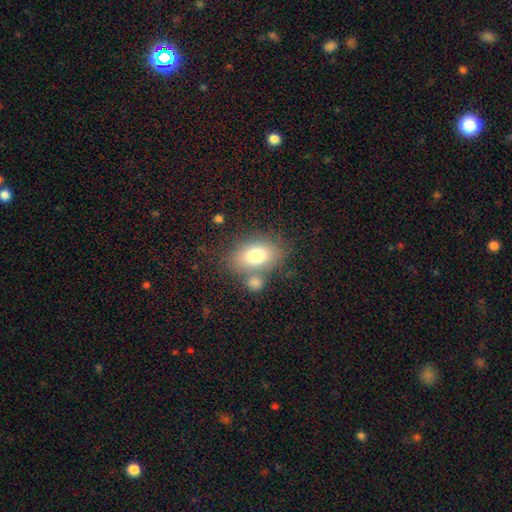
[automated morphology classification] A smooth galaxy with no disk features (76%) that is in between round and cigar-shaped (82%).

Vote fractions:
- Smooth or featured? smooth: 76% / featured or disk: 15% / star or artifact: 9%
- How rounded? in between: 82% / round: 17% / cigar-shaped: 2%
- Merging? none: 59% / merger: 22% / minor disturbance: 14% / major disturbance: 6%